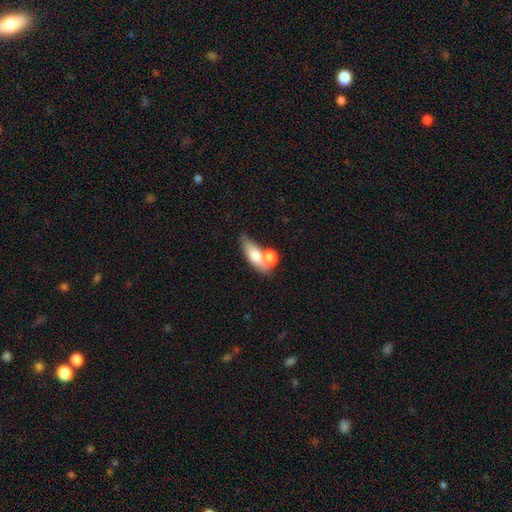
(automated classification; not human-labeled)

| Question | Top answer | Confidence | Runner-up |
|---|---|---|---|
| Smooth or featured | smooth | 70% | featured or disk (23%) |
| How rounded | in between | 72% | cigar-shaped (16%) |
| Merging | merger | 43% | none (39%) |